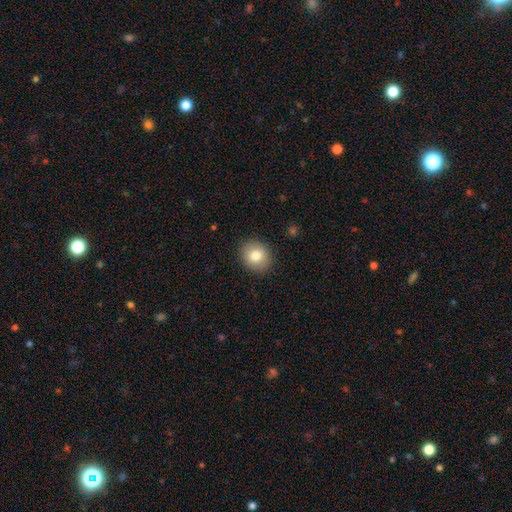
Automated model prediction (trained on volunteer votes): Overall: smooth (79%). How rounded: round (70%). Merging: none (89%).